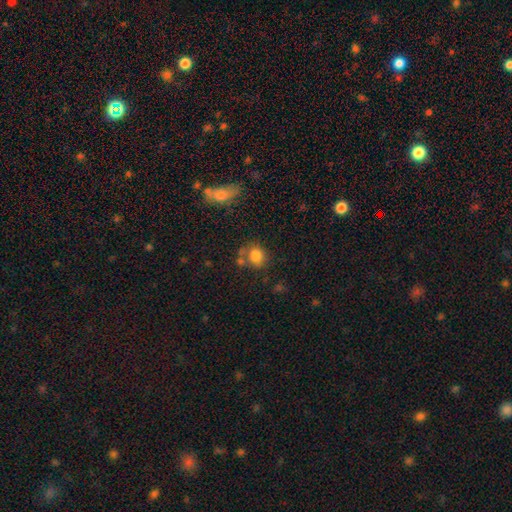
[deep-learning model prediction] Q: Smooth or featured?
A: smooth (81%); runner-up: star or artifact (11%)
Q: How rounded?
A: round (80%); runner-up: in between (19%)
Q: Merging?
A: none (58%); runner-up: merger (18%)